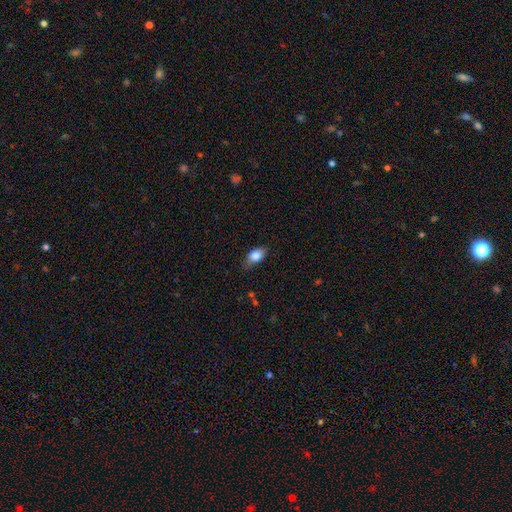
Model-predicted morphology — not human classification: A smooth galaxy with no disk features (81%) that is in between round and cigar-shaped (86%).

Vote fractions:
- Smooth or featured? smooth: 81% / featured or disk: 12% / star or artifact: 7%
- How rounded? in between: 86% / round: 9% / cigar-shaped: 5%
- Merging? none: 70% / minor disturbance: 24% / major disturbance: 5% / merger: 1%